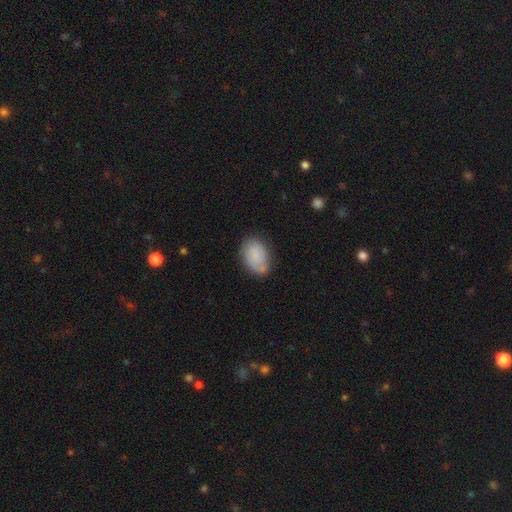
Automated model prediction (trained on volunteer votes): This appears to be a smooth galaxy with no disk features (74%) that is in between round and cigar-shaped (84%). Merging: none (67%).